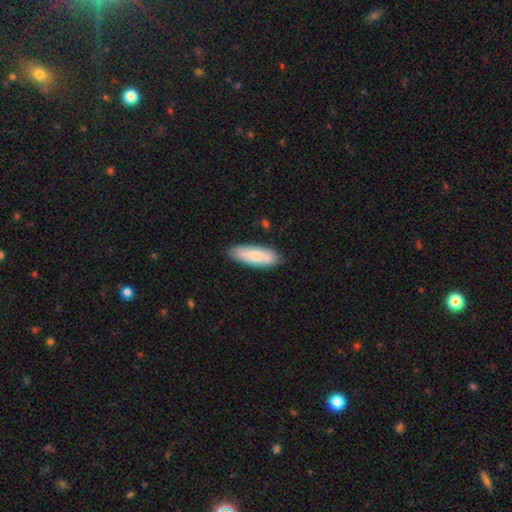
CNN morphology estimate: A smooth galaxy with no disk features (77%) that is in between round and cigar-shaped (64%).

Vote fractions:
- Smooth or featured? smooth: 77% / featured or disk: 17% / star or artifact: 6%
- How rounded? in between: 64% / cigar-shaped: 34% / round: 2%
- Merging? none: 84% / minor disturbance: 12% / major disturbance: 2% / merger: 1%